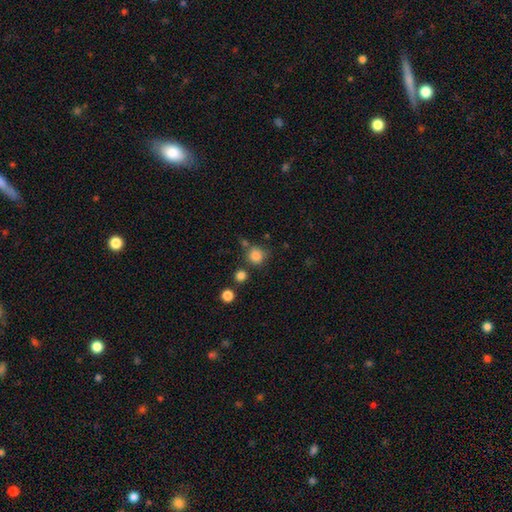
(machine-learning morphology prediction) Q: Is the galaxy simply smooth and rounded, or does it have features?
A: smooth — 82%.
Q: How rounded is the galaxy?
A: round — 90%.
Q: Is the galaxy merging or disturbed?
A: none — 71%.